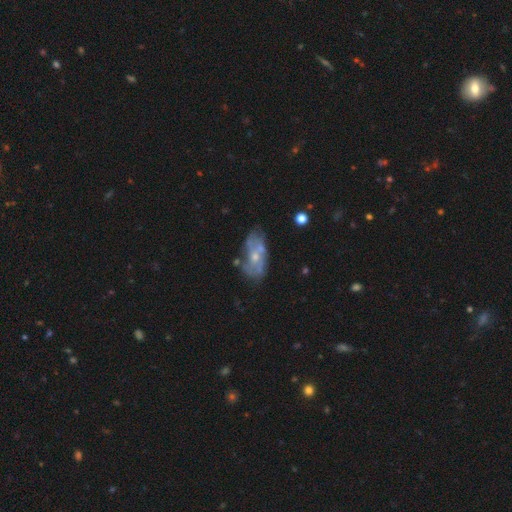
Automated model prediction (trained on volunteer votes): A featured or disk galaxy (66%) with no bar (77%), spiral arms (52%) and a small central bulge (53%). Merging: none (52%).